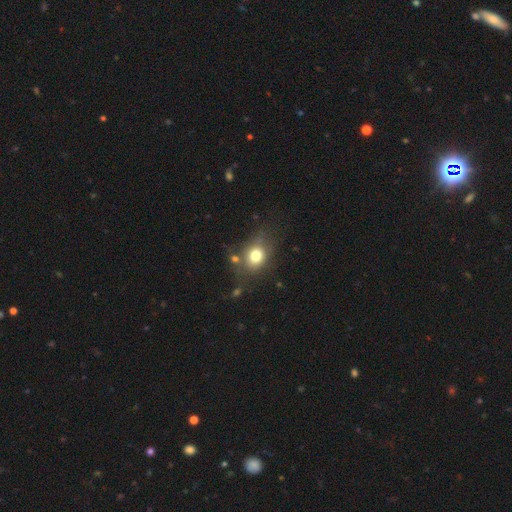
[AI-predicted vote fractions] This appears to be a smooth galaxy with no disk features (76%) that is in between round and cigar-shaped (51%). Merging: none (64%).